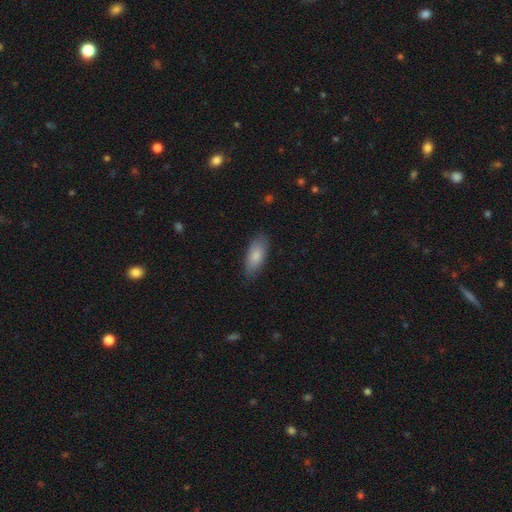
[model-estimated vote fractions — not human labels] Overall: smooth (83%). How rounded: in between (83%). Merging: none (82%).